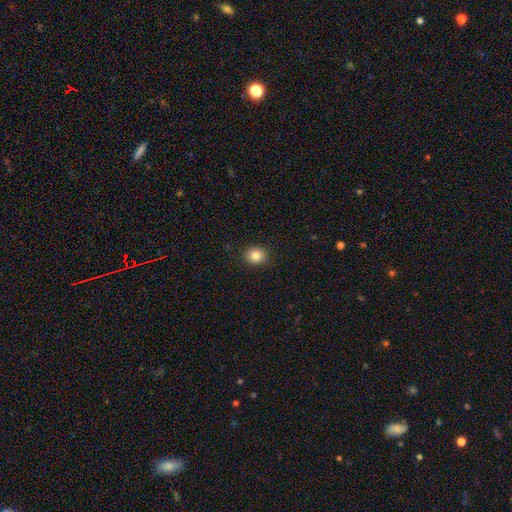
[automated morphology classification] Q: Smooth or featured?
A: smooth (83%); runner-up: star or artifact (10%)
Q: How rounded?
A: round (78%); runner-up: in between (21%)
Q: Merging?
A: none (91%); runner-up: minor disturbance (6%)